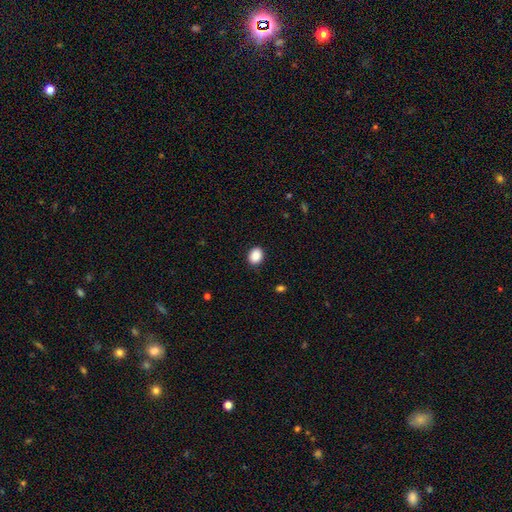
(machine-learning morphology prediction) Smooth or featured: smooth — 89% (star or artifact — 8%)
How rounded: in between — 56% (round — 43%)
Merging: none — 89% (minor disturbance — 8%)